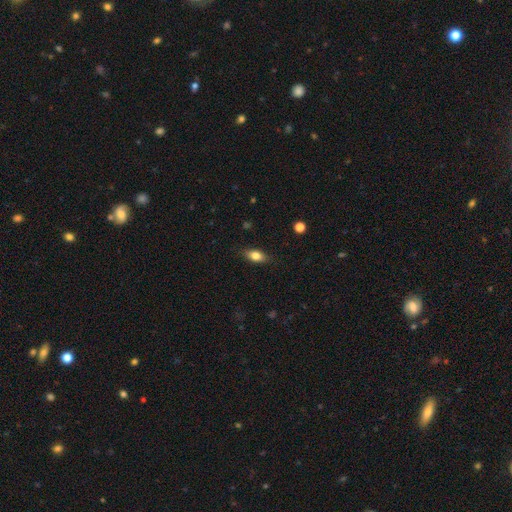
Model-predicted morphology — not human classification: smooth-or-featured: smooth: 79% | featured or disk: 13% | star or artifact: 8%
  how-rounded: in between: 83% | cigar-shaped: 10% | round: 7%
  merging: none: 84% | minor disturbance: 12% | major disturbance: 3% | merger: 1%